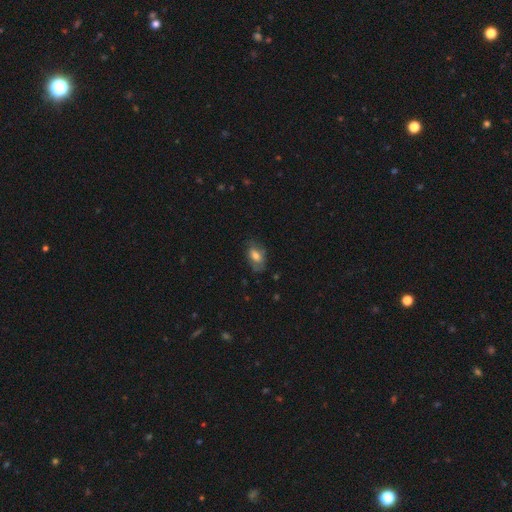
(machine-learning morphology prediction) type=smooth (56%); roundness=in between (87%); merging=none (60%).